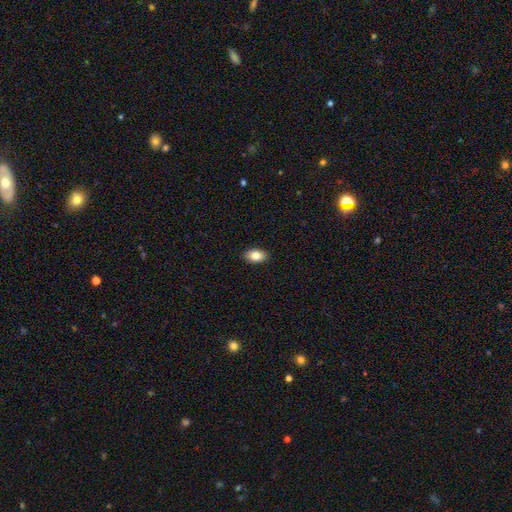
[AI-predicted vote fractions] A smooth galaxy with no disk features (84%) that is in between round and cigar-shaped (90%). Merging: none (90%).